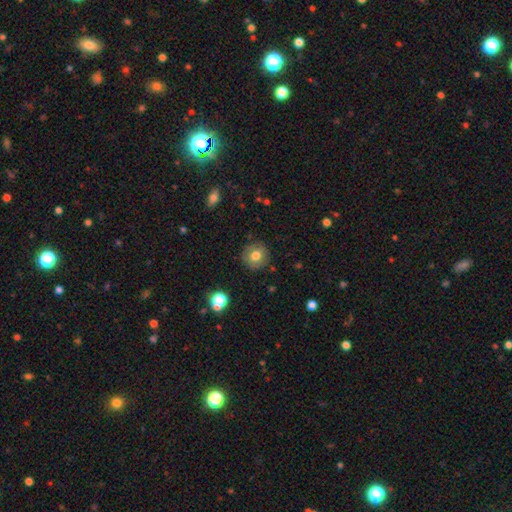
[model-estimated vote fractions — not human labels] A smooth galaxy with no disk features (73%) that is round (90%).

Vote fractions:
- Smooth or featured? smooth: 73% / featured or disk: 18% / star or artifact: 10%
- How rounded? round: 90% / in between: 9% / cigar-shaped: 1%
- Merging? none: 88% / minor disturbance: 9% / major disturbance: 3% / merger: 1%